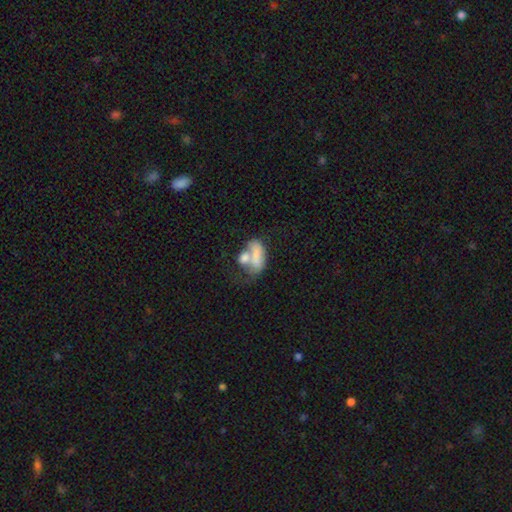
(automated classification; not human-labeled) A smooth galaxy with no disk features (64%) that is in between round and cigar-shaped (88%).

Vote fractions:
- Smooth or featured? smooth: 64% / featured or disk: 27% / star or artifact: 9%
- How rounded? in between: 88% / round: 9% / cigar-shaped: 4%
- Merging? merger: 57% / major disturbance: 16% / none: 16% / minor disturbance: 11%